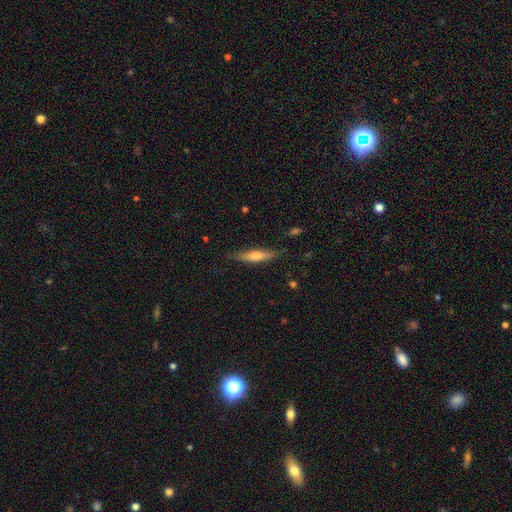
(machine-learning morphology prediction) Smooth or featured? featured or disk (50%)
Edge-on disk? yes (93%)
Merging? none (83%)